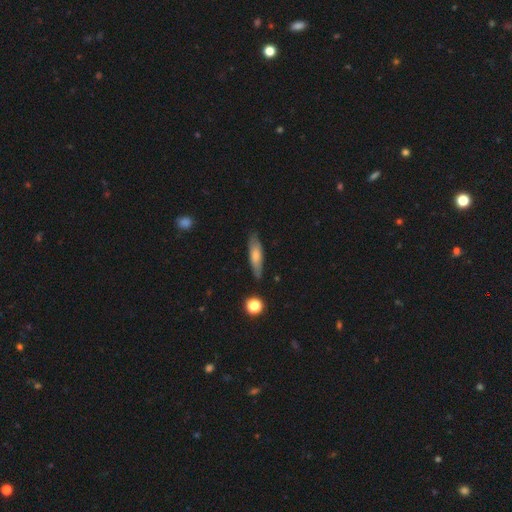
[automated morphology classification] type=smooth (64%); roundness=cigar-shaped (63%); merging=none (79%).